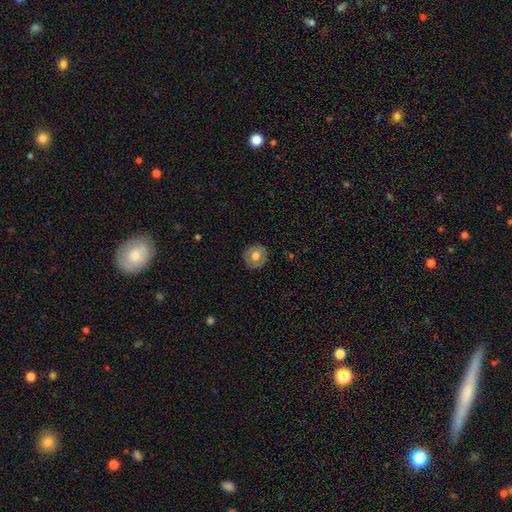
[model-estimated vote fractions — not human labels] This appears to be a smooth galaxy with no disk features (64%) that is round (85%). Merging: none (86%).